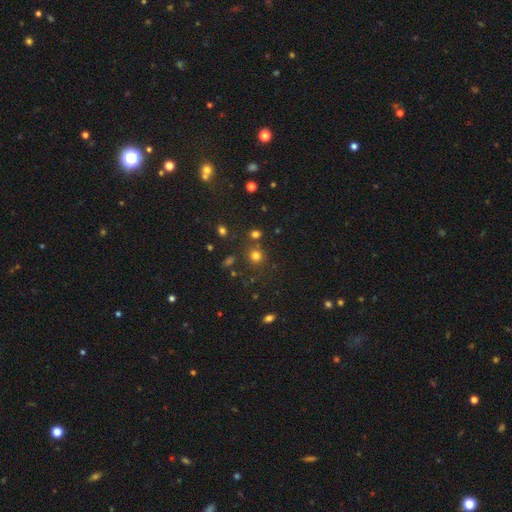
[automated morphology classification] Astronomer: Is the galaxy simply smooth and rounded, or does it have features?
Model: smooth — 73%.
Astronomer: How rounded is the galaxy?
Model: round — 88%.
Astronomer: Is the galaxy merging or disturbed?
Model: none — 76%.